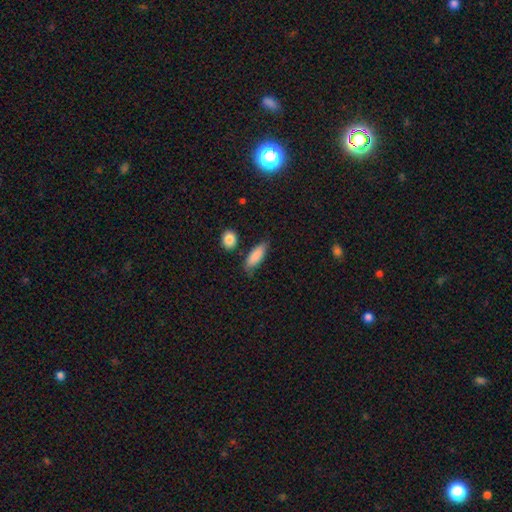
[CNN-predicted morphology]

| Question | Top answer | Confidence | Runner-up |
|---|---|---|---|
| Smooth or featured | smooth | 86% | featured or disk (8%) |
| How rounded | in between | 67% | cigar-shaped (31%) |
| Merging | none | 75% | minor disturbance (17%) |